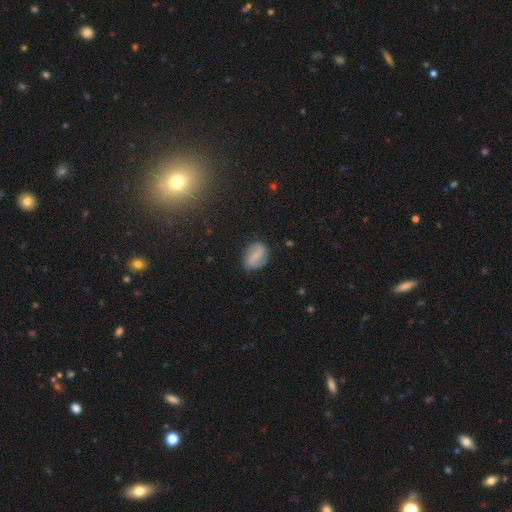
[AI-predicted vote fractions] Smooth or featured: featured or disk — 60% (smooth — 32%)
Edge-on disk: no — 97% (yes — 3%)
Bar: weak — 43% (strong — 34%)
Spiral arms: yes — 85% (no — 15%)
Bulge size: small — 56% (moderate — 22%)
Merging: none — 79% (minor disturbance — 15%)